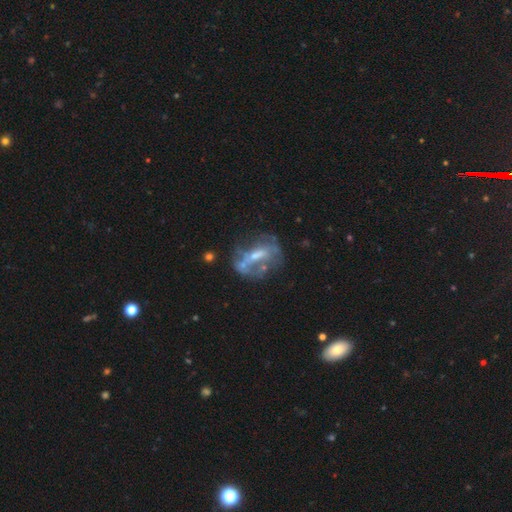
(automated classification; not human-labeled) Smooth or featured: featured or disk — 64% (smooth — 23%)
Edge-on disk: no — 89% (yes — 11%)
Bar: no — 45% (weak — 33%)
Spiral arms: no — 72% (yes — 28%)
Bulge size: small — 40% (moderate — 36%)
Merging: none — 42% (major disturbance — 23%)